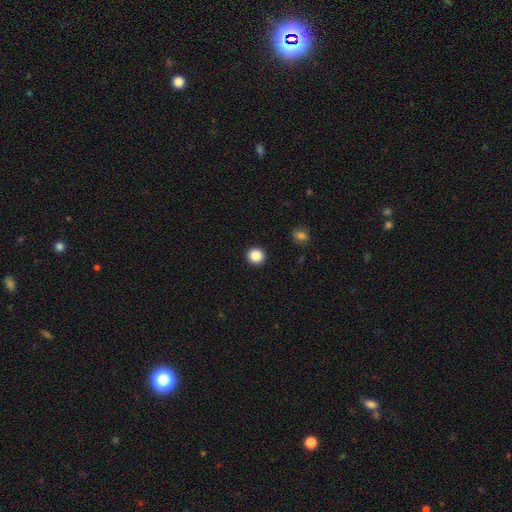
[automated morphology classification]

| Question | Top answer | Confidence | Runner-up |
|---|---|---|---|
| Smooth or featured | smooth | 88% | star or artifact (9%) |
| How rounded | round | 93% | in between (6%) |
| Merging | none | 93% | minor disturbance (4%) |